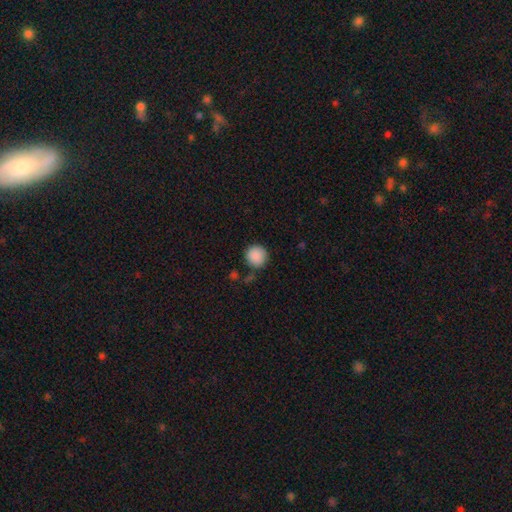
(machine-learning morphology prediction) Smooth or featured? Predicted: smooth (p=0.89). How rounded? Predicted: round (p=0.93). Merging? Predicted: none (p=0.81).